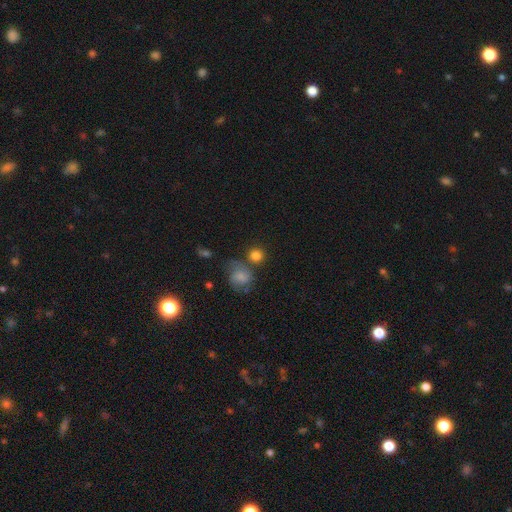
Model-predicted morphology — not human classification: Q: Smooth or featured?
A: smooth (82%); runner-up: star or artifact (10%)
Q: How rounded?
A: round (89%); runner-up: in between (10%)
Q: Merging?
A: none (66%); runner-up: merger (18%)